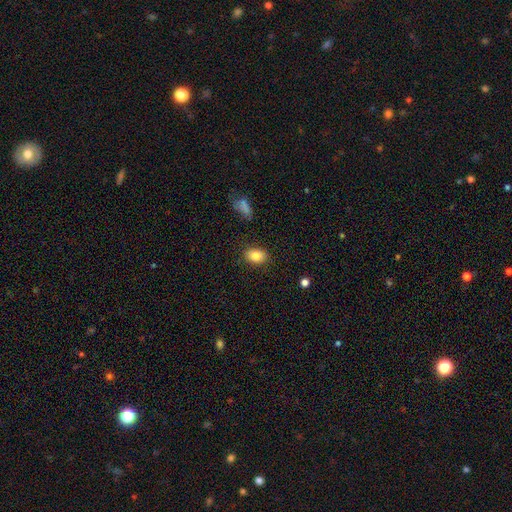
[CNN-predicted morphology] Overall: smooth (85%). How rounded: in between (77%). Merging: none (85%).